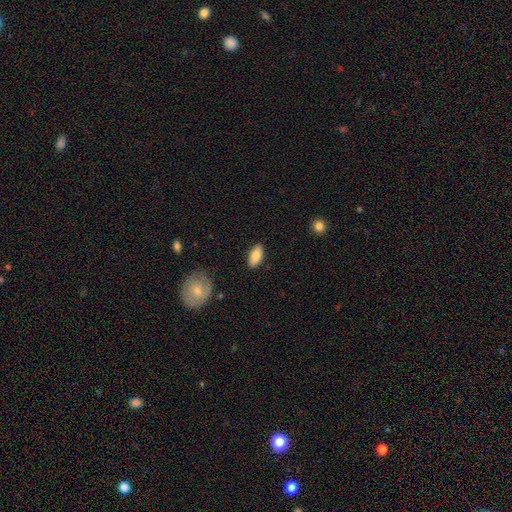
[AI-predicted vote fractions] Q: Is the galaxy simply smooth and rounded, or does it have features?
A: smooth — 86%.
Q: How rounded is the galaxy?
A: in between — 88%.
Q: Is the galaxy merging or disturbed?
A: none — 87%.